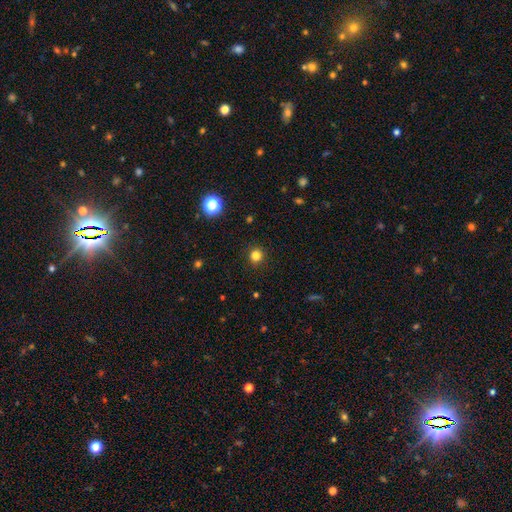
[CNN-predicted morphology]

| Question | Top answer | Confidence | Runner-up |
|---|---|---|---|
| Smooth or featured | smooth | 81% | star or artifact (15%) |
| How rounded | round | 93% | in between (6%) |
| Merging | none | 92% | minor disturbance (5%) |